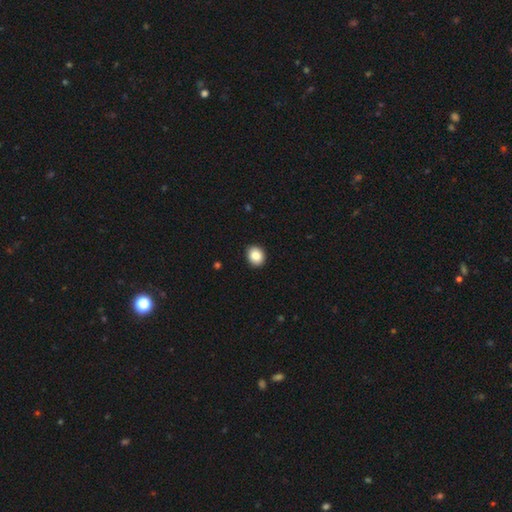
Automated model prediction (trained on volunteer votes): Q: Smooth or featured?
A: smooth (87%); runner-up: star or artifact (9%)
Q: How rounded?
A: round (61%); runner-up: in between (38%)
Q: Merging?
A: none (92%); runner-up: minor disturbance (6%)